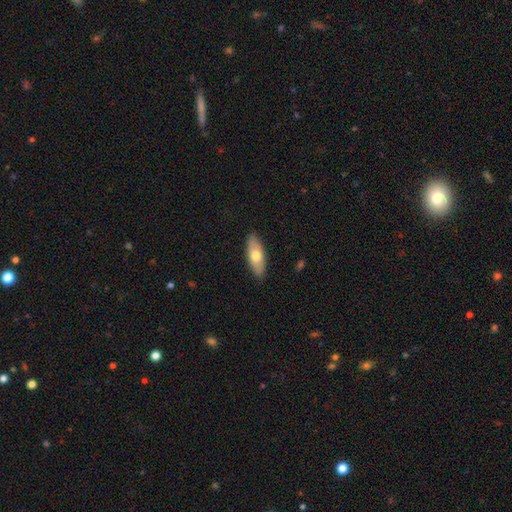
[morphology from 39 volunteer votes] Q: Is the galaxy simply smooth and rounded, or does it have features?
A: smooth — 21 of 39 (54%).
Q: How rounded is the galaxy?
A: in between — 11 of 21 (52%).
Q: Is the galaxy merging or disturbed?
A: none — 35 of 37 (95%).